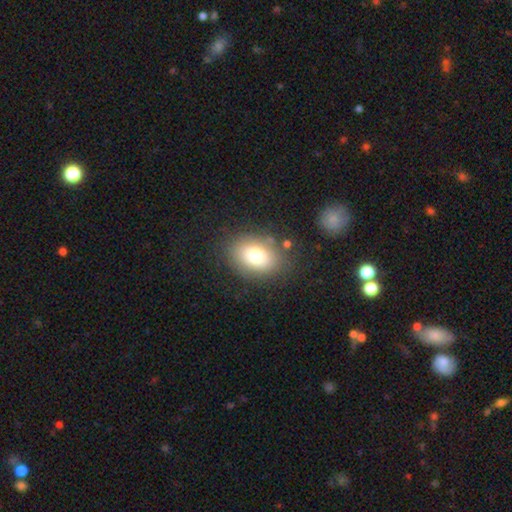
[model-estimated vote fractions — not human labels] This appears to be a smooth galaxy with no disk features (75%) that is in between round and cigar-shaped (71%). Merging: none (79%).